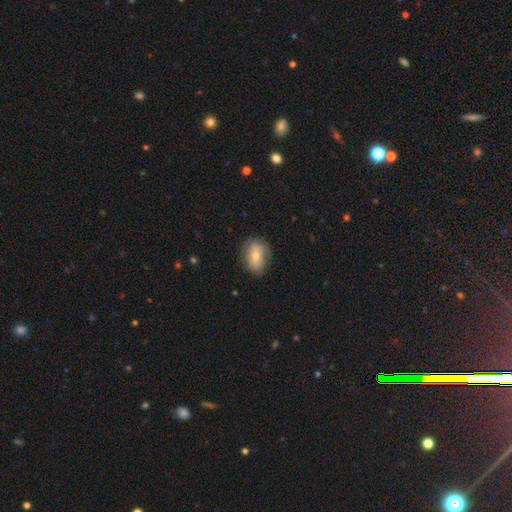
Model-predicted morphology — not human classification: A smooth galaxy with no disk features (68%) that is in between round and cigar-shaped (74%). Merging: none (75%).